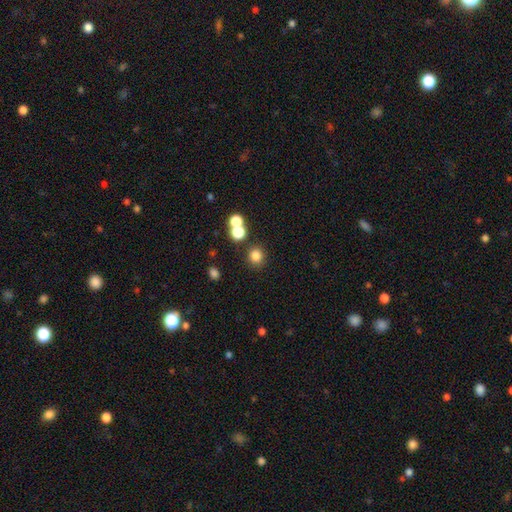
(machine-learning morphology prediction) Smooth or featured: smooth — 80% (star or artifact — 15%)
How rounded: round — 88% (in between — 11%)
Merging: none — 80% (merger — 10%)